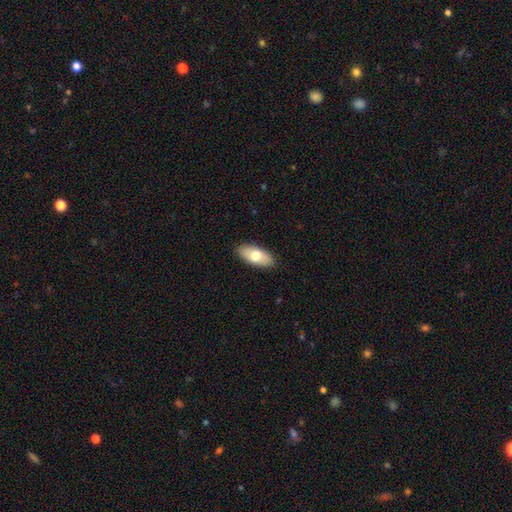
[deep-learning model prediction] A smooth galaxy with no disk features (72%) that is in between round and cigar-shaped (88%).

Vote fractions:
- Smooth or featured? smooth: 72% / featured or disk: 22% / star or artifact: 6%
- How rounded? in between: 88% / cigar-shaped: 9% / round: 3%
- Merging? none: 89% / minor disturbance: 8% / major disturbance: 2% / merger: 1%